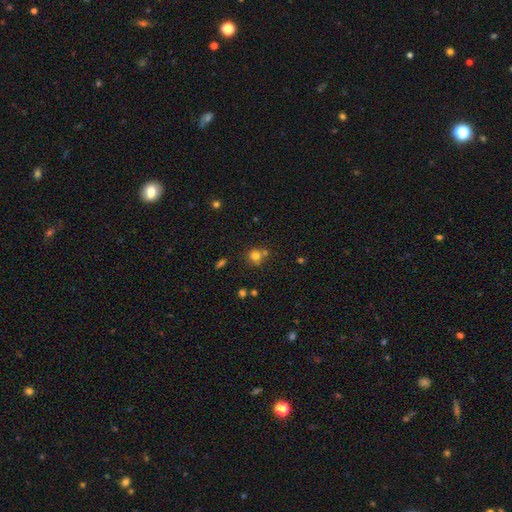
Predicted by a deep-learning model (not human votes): A smooth galaxy with no disk features (76%) that is round (87%). Merging: none (62%).